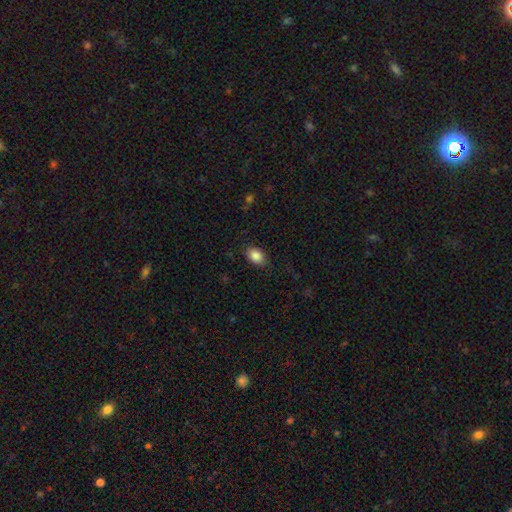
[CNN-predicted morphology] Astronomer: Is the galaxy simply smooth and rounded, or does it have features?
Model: smooth — 87%.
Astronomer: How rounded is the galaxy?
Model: in between — 83%.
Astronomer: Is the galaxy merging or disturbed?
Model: none — 84%.